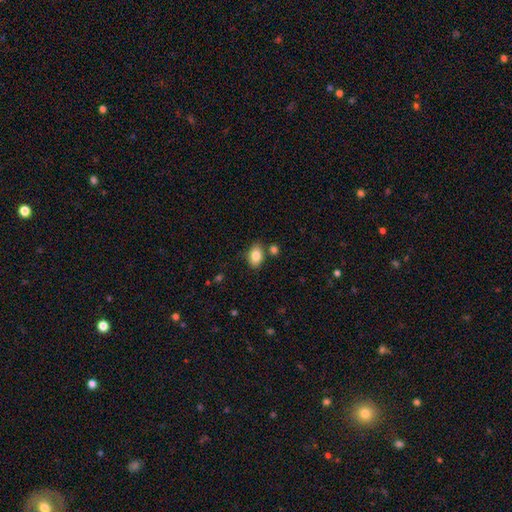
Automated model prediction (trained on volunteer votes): Q: Smooth or featured?
A: smooth (83%); runner-up: featured or disk (9%)
Q: How rounded?
A: in between (86%); runner-up: round (13%)
Q: Merging?
A: none (77%); runner-up: minor disturbance (12%)